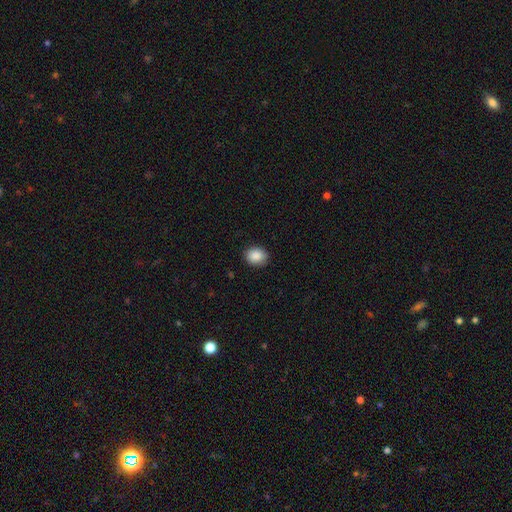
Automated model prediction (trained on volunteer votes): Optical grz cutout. It shows a smooth galaxy with no disk features (89%) that is round (55%). Merging: none (86%).